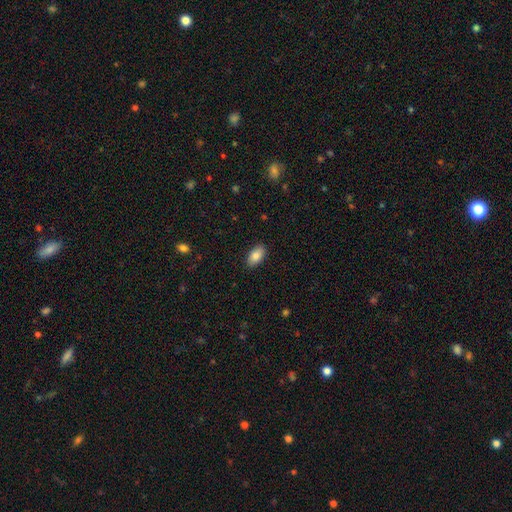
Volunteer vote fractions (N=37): Morphology: type=smooth (78%); roundness=in between (93%); merging=none (86%).